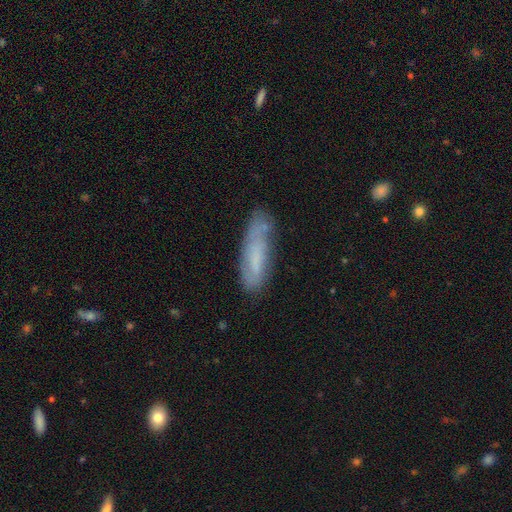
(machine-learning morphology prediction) Smooth or featured? Predicted: smooth (p=0.58). How rounded? Predicted: cigar-shaped (p=0.64). Merging? Predicted: none (p=0.62).